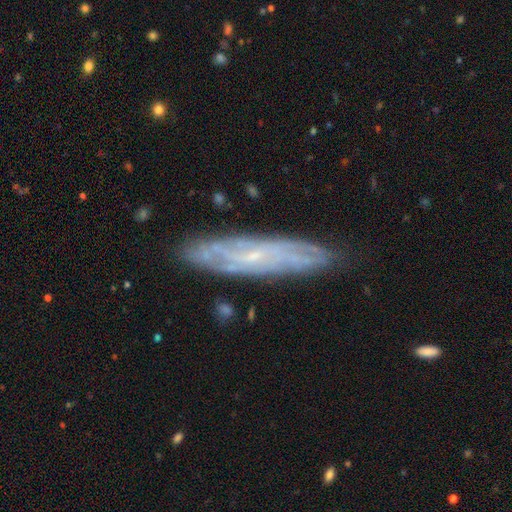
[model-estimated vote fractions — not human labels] smooth-or-featured: featured or disk: 74% | smooth: 19% | star or artifact: 8%
  disk-edge-on: no: 65% | yes: 35%
  merging: none: 83% | minor disturbance: 13% | major disturbance: 3% | merger: 2%